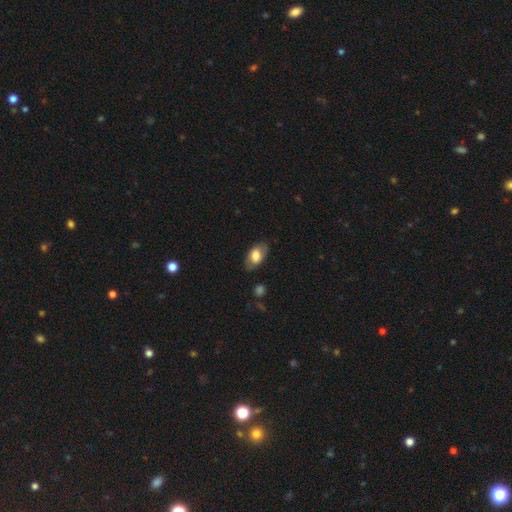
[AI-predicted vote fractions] A smooth galaxy with no disk features (72%) that is in between round and cigar-shaped (92%). Merging: none (78%).